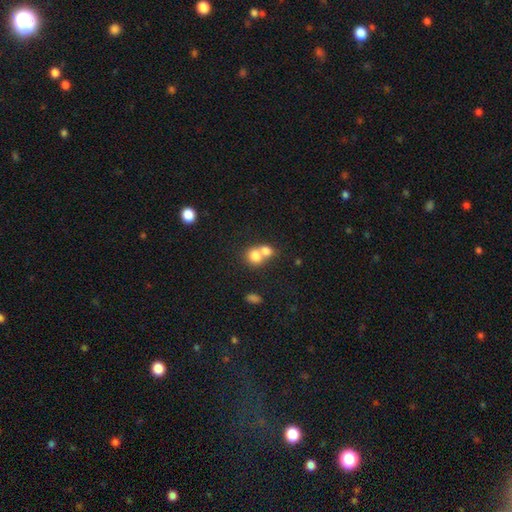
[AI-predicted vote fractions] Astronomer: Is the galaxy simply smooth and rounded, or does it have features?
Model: smooth — 76%.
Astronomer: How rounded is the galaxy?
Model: round — 71%.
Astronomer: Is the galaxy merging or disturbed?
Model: merger — 66%.